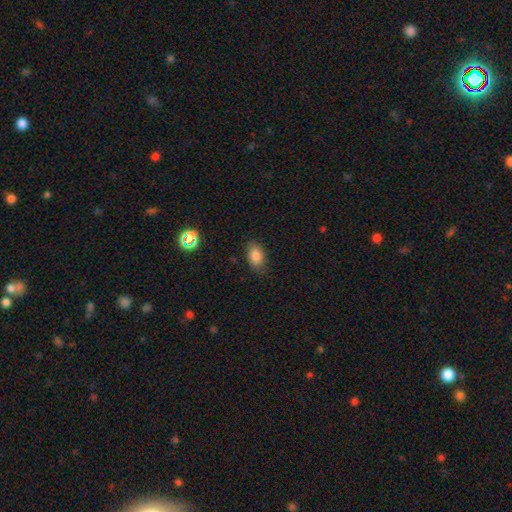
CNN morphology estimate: Overall: smooth (83%). How rounded: in between (87%). Merging: none (82%).